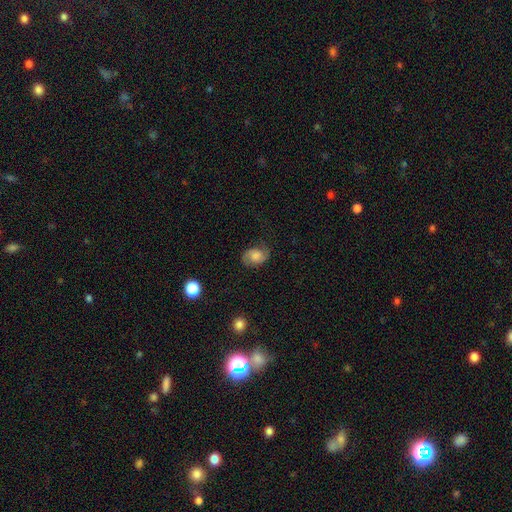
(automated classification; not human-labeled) Morphology: type=smooth (51%); roundness=in between (67%); merging=none (69%).